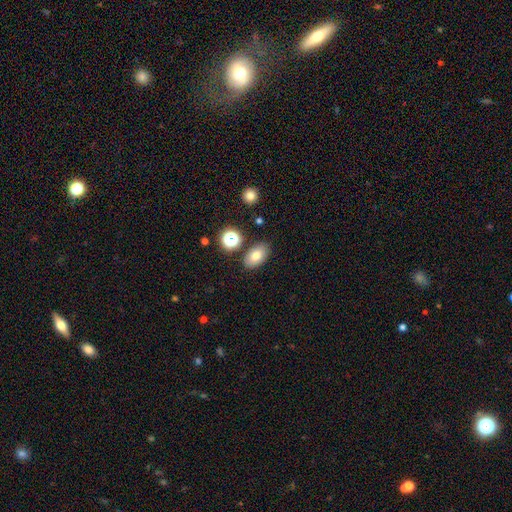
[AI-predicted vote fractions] smooth_or_featured: smooth (p=0.75) [alt: featured or disk p=0.13]
how_rounded: in between (p=0.88) [alt: round p=0.10]
merging: none (p=0.82) [alt: minor disturbance p=0.10]